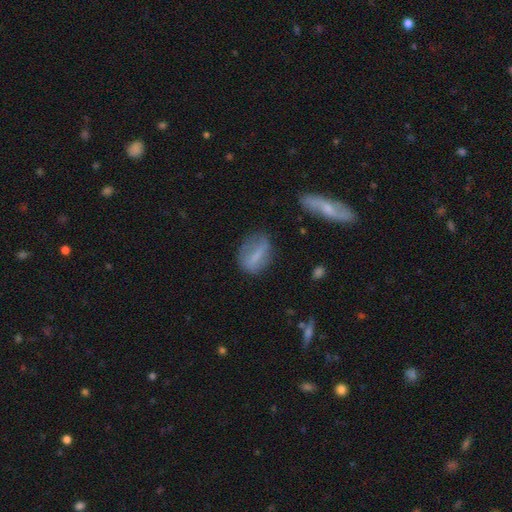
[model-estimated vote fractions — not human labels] smooth 59%, featured or disk 32%, star or artifact 9%. Down the decision tree: how rounded — in between (68%); merging — none (61%).